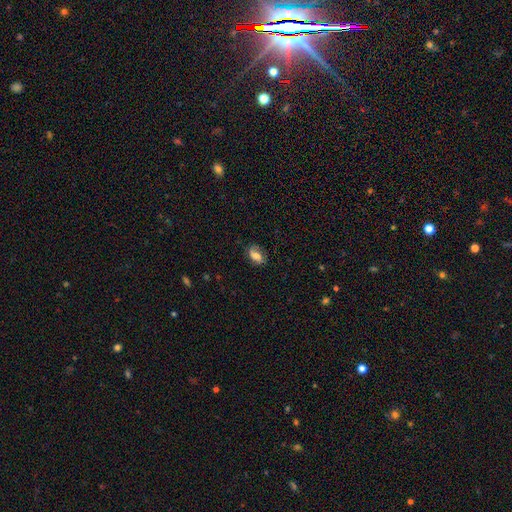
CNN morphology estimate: Smooth or featured? smooth (57%)
How rounded? in between (84%)
Merging? none (68%)